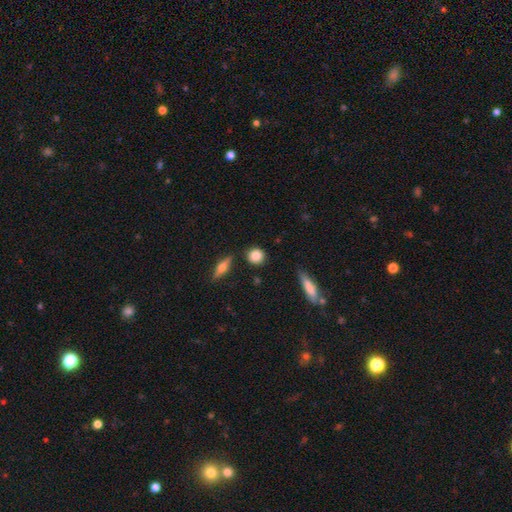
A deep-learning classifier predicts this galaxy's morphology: smooth 83%, featured or disk 9%, star or artifact 8%. Down the decision tree: how rounded — round (85%); merging — none (84%).